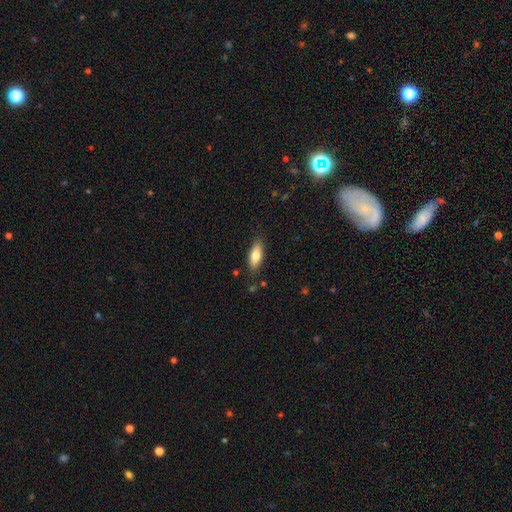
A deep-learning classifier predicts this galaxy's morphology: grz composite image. It shows a smooth galaxy with no disk features (77%) that is in between round and cigar-shaped (71%). Merging: none (84%).